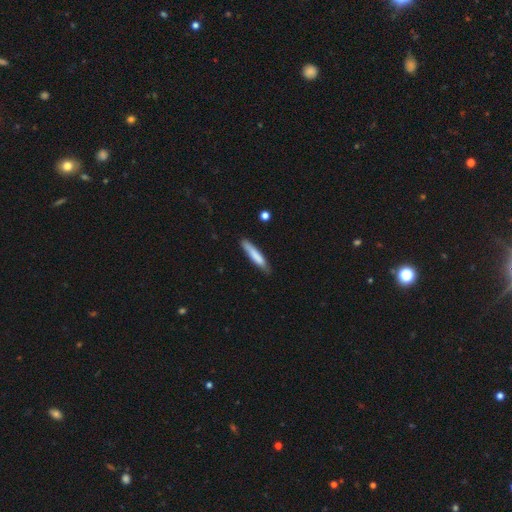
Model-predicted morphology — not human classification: smooth 76%, featured or disk 18%, star or artifact 6%. Down the decision tree: how rounded — cigar-shaped (91%); merging — none (80%).